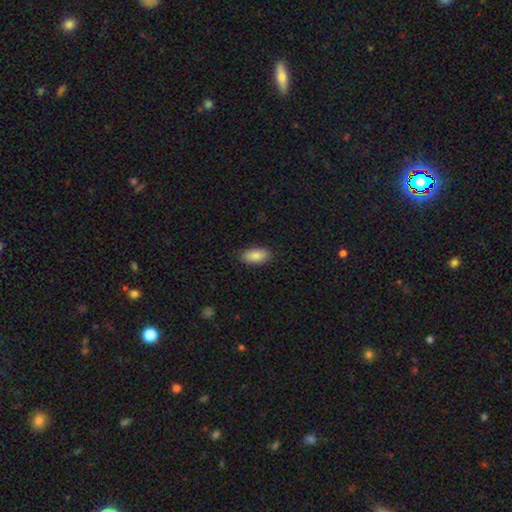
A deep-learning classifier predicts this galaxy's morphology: This is clearly a smooth galaxy (87%). How rounded: clearly in between (91%). Merging: clearly none (87%).